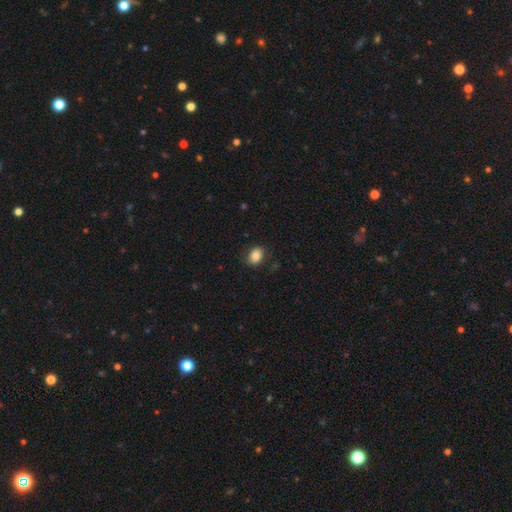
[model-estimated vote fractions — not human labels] This appears to be a smooth galaxy with no disk features (83%) that is in between round and cigar-shaped (59%). Merging: none (84%).